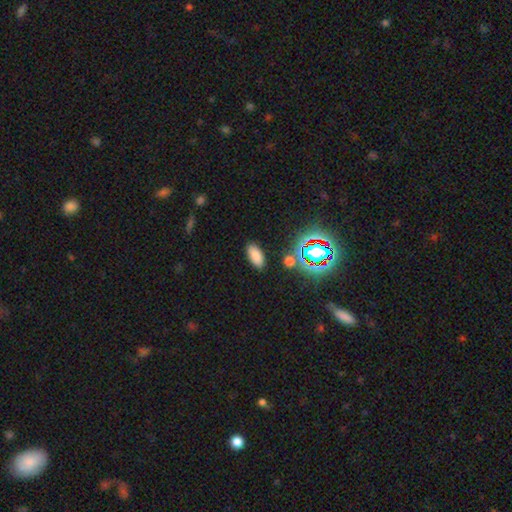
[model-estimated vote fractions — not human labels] This appears to be a smooth galaxy with no disk features (79%) that is in between round and cigar-shaped (91%). Merging: none (87%).